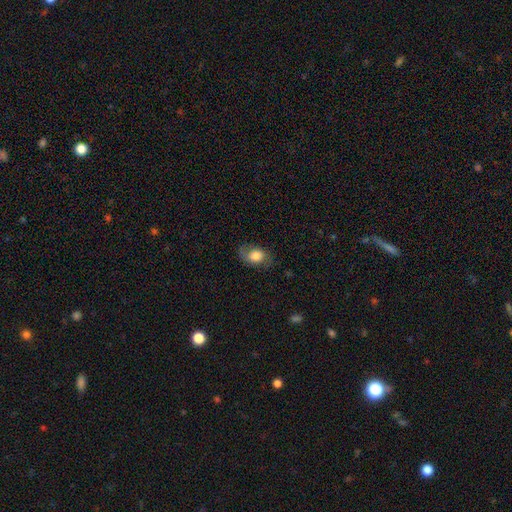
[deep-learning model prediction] Morphology: type=smooth (62%); roundness=in between (71%); merging=none (62%).